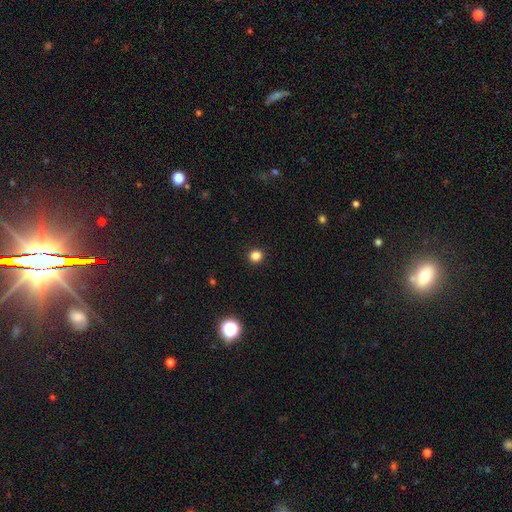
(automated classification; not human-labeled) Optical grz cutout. It shows a smooth galaxy with no disk features (83%) that is round (90%). Merging: none (93%).